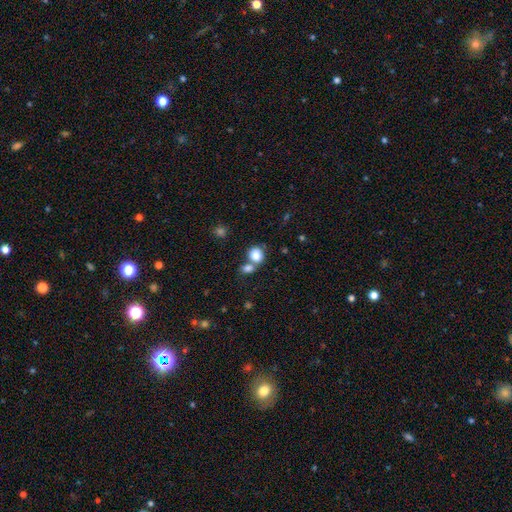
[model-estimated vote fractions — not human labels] Smooth or featured? smooth (82%)
How rounded? round (68%)
Merging? none (44%)